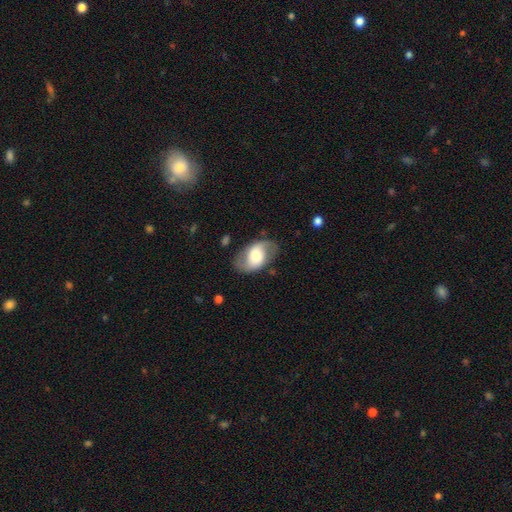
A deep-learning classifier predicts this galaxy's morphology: A featured or disk galaxy (54%) with no bar (47%), spiral arms (75%) and a moderate central bulge (46%). Merging: none (73%).